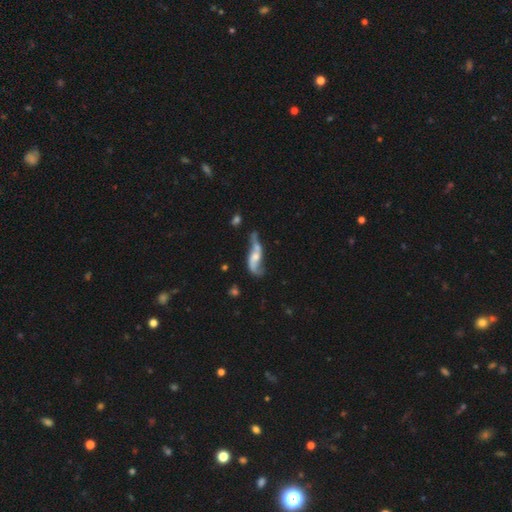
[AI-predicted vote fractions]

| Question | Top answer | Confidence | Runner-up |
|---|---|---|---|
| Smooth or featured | featured or disk | 71% | smooth (21%) |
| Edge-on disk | no | 85% | yes (15%) |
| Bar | no | 58% | weak (32%) |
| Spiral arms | yes | 81% | no (19%) |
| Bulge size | moderate | 42% | small (34%) |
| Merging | none | 34% | major disturbance (24%) |